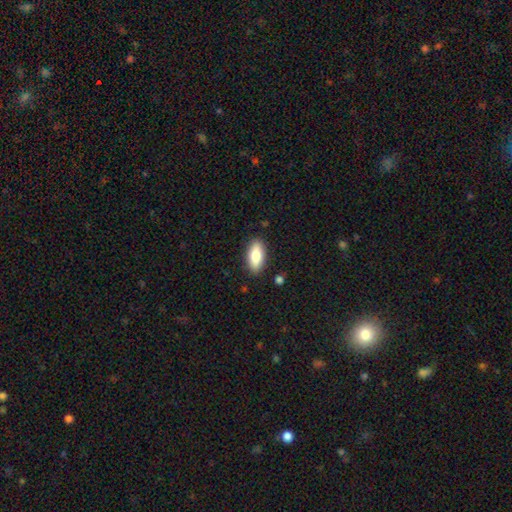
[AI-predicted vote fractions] A smooth galaxy with no disk features (79%) that is in between round and cigar-shaped (85%).

Vote fractions:
- Smooth or featured? smooth: 79% / featured or disk: 14% / star or artifact: 6%
- How rounded? in between: 85% / cigar-shaped: 13% / round: 3%
- Merging? none: 87% / minor disturbance: 9% / major disturbance: 2% / merger: 1%